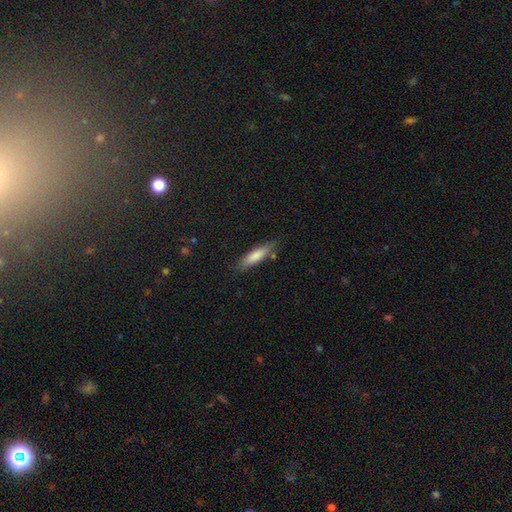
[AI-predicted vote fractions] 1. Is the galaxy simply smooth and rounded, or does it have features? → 78% smooth, 16% featured or disk, 6% star or artifact.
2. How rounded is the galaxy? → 69% cigar-shaped, 30% in between, 1% round.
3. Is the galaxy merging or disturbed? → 77% none, 17% minor disturbance, 3% major disturbance, 3% merger.